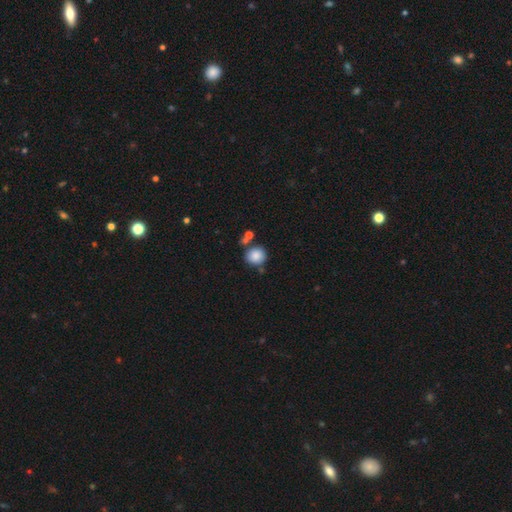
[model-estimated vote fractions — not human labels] Morphology: type=smooth (85%); roundness=round (84%); merging=none (71%).